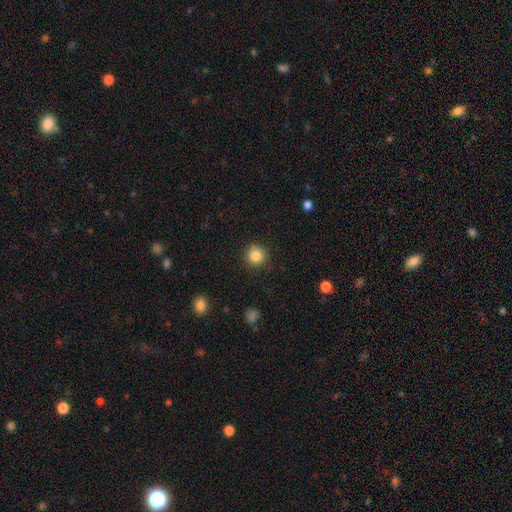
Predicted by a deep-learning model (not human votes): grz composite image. It shows a smooth galaxy with no disk features (84%) that is round (94%). Merging: none (89%).